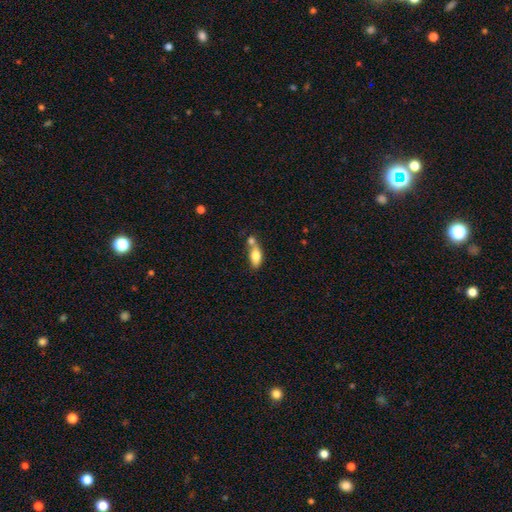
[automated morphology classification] Smooth or featured: smooth — 74% (featured or disk — 19%)
How rounded: in between — 81% (cigar-shaped — 14%)
Merging: merger — 42% (none — 39%)